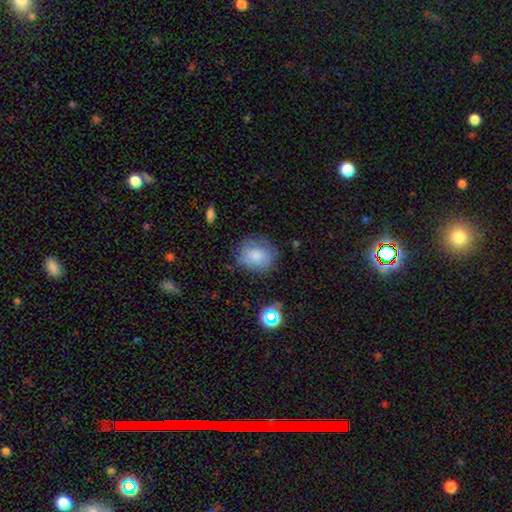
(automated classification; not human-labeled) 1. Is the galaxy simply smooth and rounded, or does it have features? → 75% smooth, 14% featured or disk, 10% star or artifact.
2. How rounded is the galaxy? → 67% round, 32% in between, 1% cigar-shaped.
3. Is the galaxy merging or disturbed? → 64% none, 25% minor disturbance, 9% major disturbance, 2% merger.